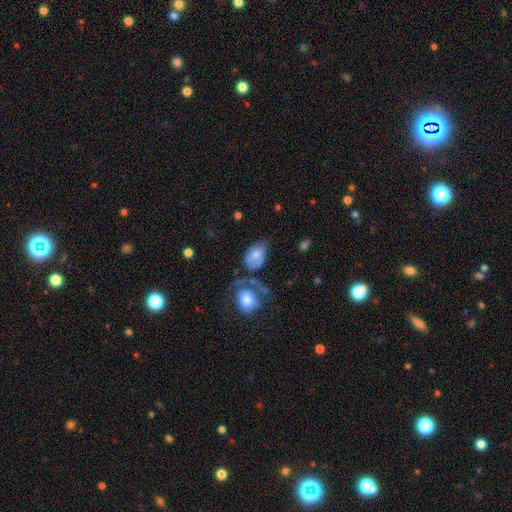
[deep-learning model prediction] smooth 67%, featured or disk 26%, star or artifact 8%. Down the decision tree: how rounded — in between (81%); merging — none (29%).